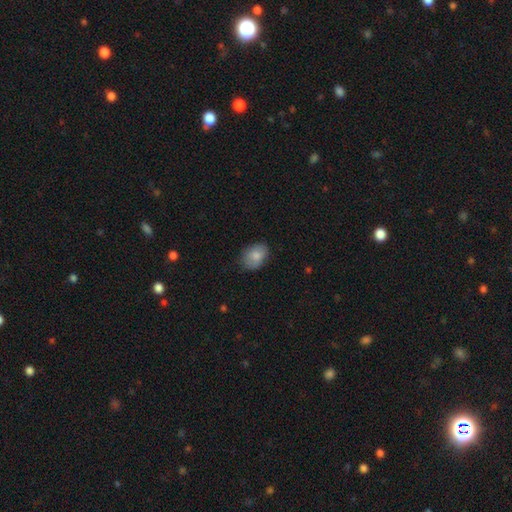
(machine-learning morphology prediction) smooth_or_featured: smooth (p=0.83) [alt: featured or disk p=0.10]
how_rounded: in between (p=0.78) [alt: round p=0.21]
merging: none (p=0.76) [alt: minor disturbance p=0.19]